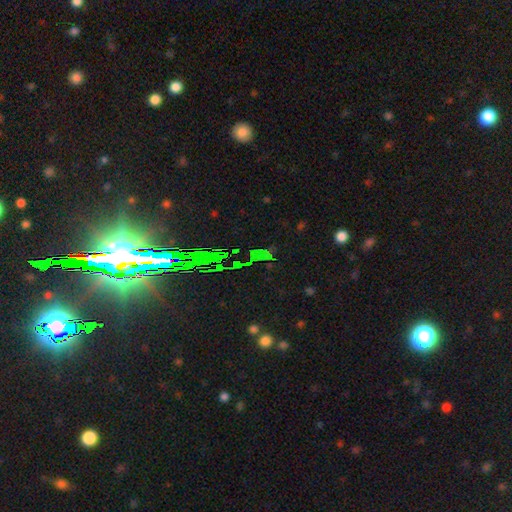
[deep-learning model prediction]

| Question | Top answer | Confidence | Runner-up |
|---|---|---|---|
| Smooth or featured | star or artifact | 69% | smooth (18%) |